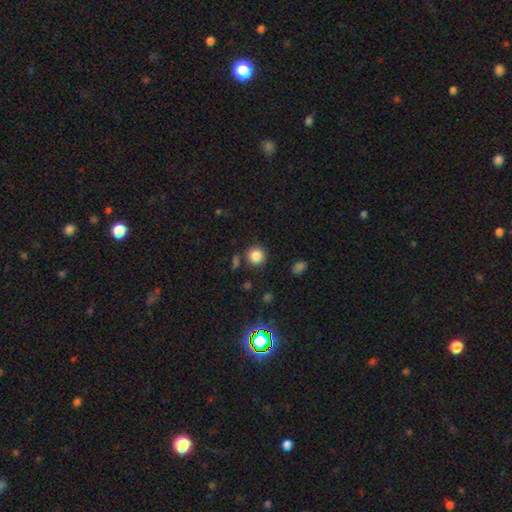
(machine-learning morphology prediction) smooth 84%, star or artifact 12%, featured or disk 5%. Down the decision tree: how rounded — round (91%); merging — none (82%).